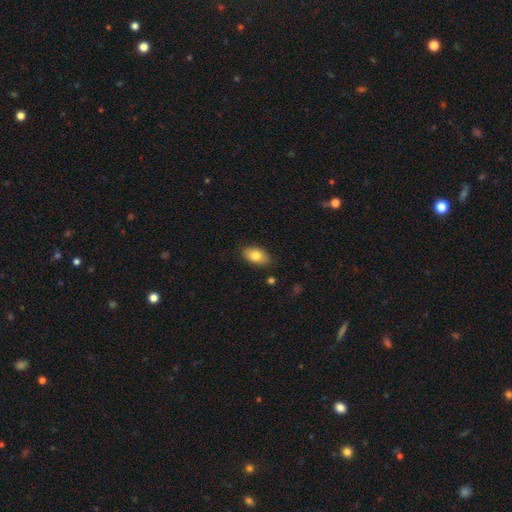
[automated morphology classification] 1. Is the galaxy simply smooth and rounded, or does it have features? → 80% smooth, 12% featured or disk, 7% star or artifact.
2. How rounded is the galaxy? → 91% in between, 7% round, 2% cigar-shaped.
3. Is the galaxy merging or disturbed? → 86% none, 11% minor disturbance, 2% major disturbance, 1% merger.